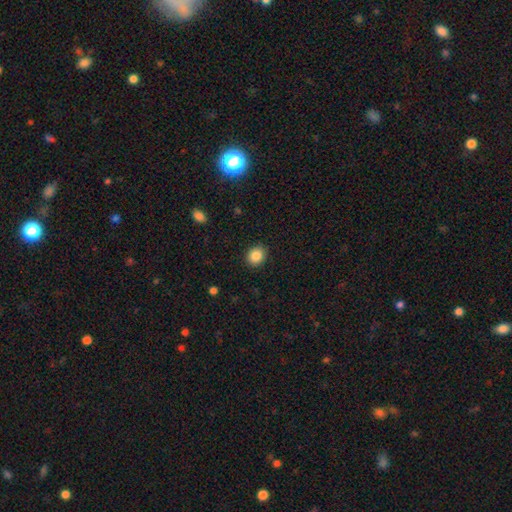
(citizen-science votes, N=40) This is clearly a smooth galaxy (88%). How rounded: likely round (66%). Merging: clearly none (89%).